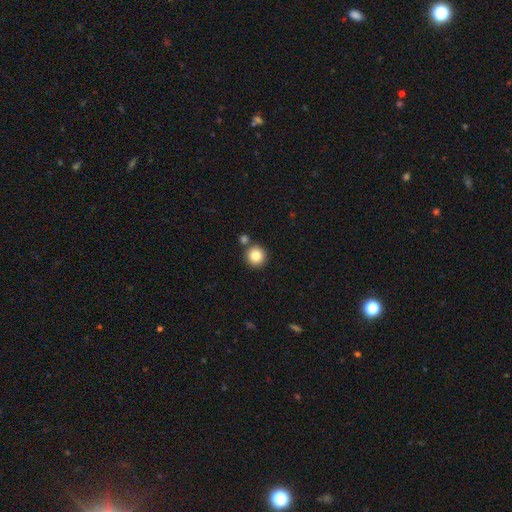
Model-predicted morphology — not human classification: smooth 83%, star or artifact 10%, featured or disk 7%. Down the decision tree: how rounded — round (94%); merging — none (78%).